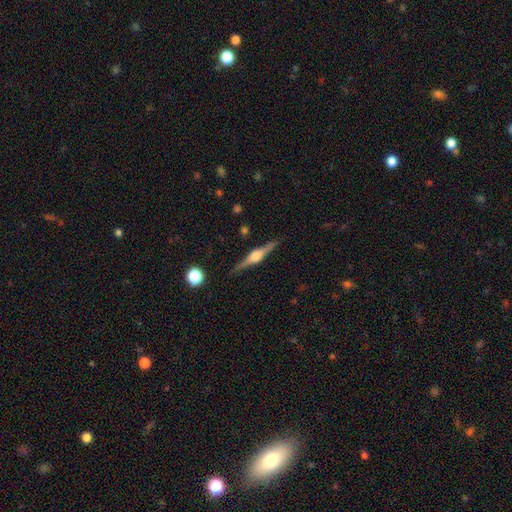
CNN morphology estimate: This appears to be a featured or disk galaxy (82%) viewed edge-on (98%) with a rounded central bulge (88%). Merging: none (89%).